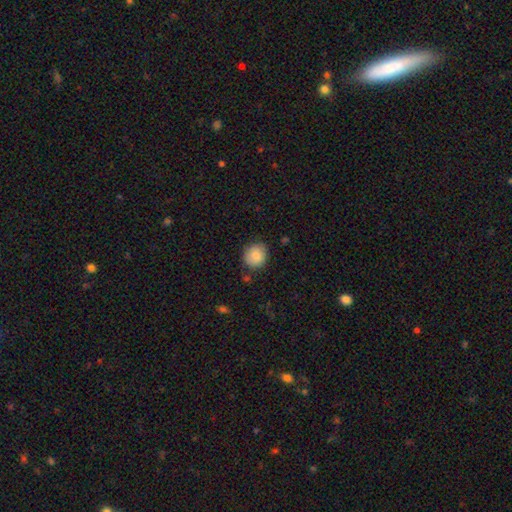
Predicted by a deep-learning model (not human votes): smooth-or-featured: smooth: 82% | featured or disk: 9% | star or artifact: 8%
  how-rounded: round: 80% | in between: 19% | cigar-shaped: 1%
  merging: none: 81% | minor disturbance: 14% | major disturbance: 3% | merger: 2%